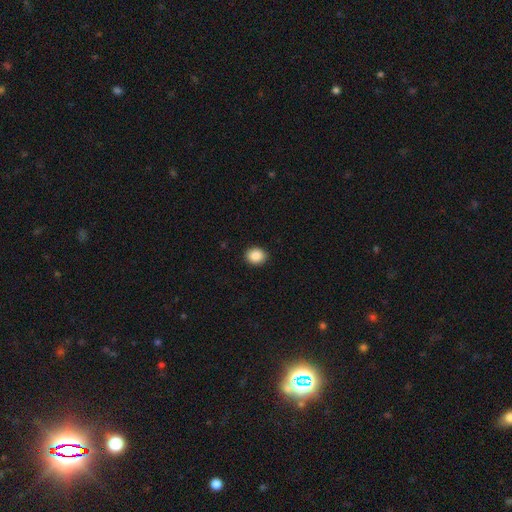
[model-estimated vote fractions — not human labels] Morphology: type=smooth (88%); roundness=round (66%); merging=none (92%).